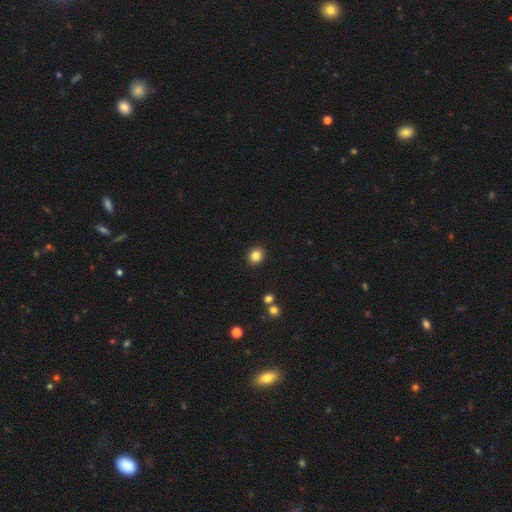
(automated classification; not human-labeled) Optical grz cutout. It shows a smooth galaxy with no disk features (84%) that is round (75%). Merging: none (91%).